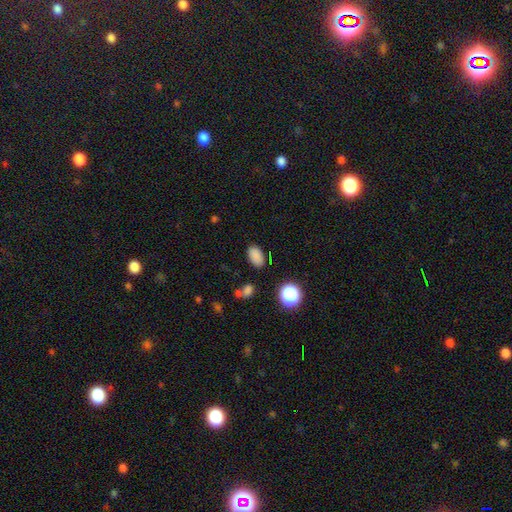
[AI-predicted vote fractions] A smooth galaxy with no disk features (82%) that is in between round and cigar-shaped (89%). Merging: none (83%).